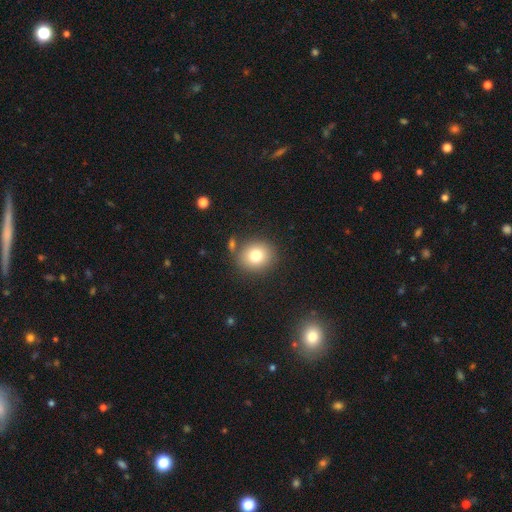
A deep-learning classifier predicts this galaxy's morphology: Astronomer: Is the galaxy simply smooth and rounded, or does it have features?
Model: smooth — 78%.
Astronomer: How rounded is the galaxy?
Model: round — 83%.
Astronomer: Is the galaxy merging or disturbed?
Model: none — 80%.